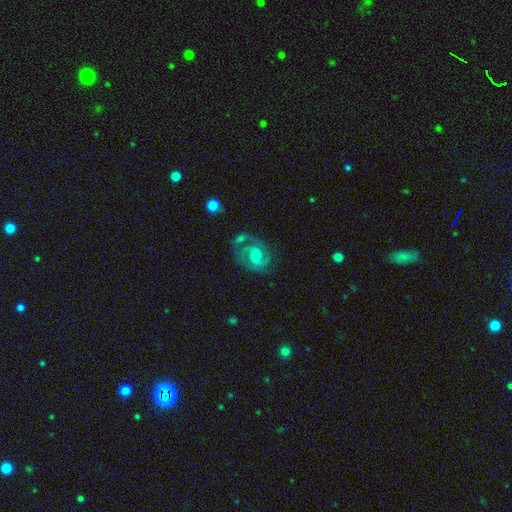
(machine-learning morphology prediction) The model was most divided on "bar" (2-way tie): weak: 46%, no: 46%, strong: 9%. Remaining: edge-on disk — no (98%); spiral arms — yes (92%); smooth or featured — featured or disk (76%); spiral arm count — 2 (66%); merging — none (58%); bulge size — moderate (50%); spiral winding — medium (49%).